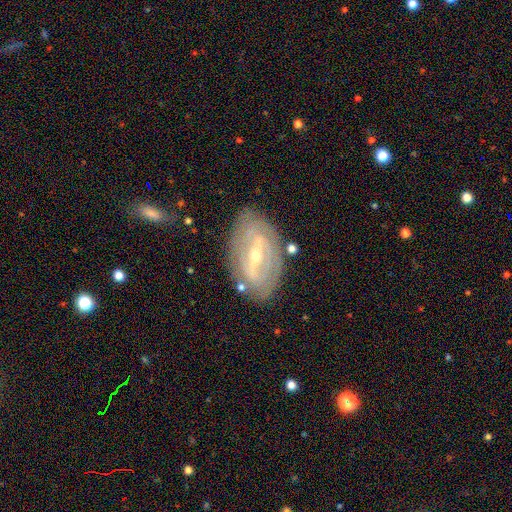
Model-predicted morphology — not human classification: smooth-or-featured: featured or disk: 83% | smooth: 12% | star or artifact: 6%
  disk-edge-on: no: 92% | yes: 8%
    bar: strong: 56% | weak: 31% | no: 13%
    has-spiral-arms: yes: 73% | no: 27%
      spiral-winding: tight: 64% | medium: 26% | loose: 10%
      spiral-arm-count: 2: 49% | can't tell: 35% | 3: 7% | 4: 4% | 1: 3% | more than 4: 3%
    bulge-size: small: 54% | moderate: 43% | large: 1% | none: 1% | dominant: 1%
  merging: none: 78% | minor disturbance: 15% | major disturbance: 5% | merger: 2%